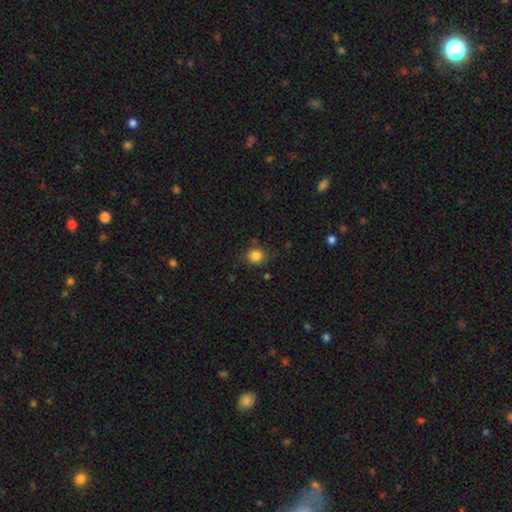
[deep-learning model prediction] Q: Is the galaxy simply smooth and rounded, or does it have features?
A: smooth — 85%.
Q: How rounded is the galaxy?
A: round — 83%.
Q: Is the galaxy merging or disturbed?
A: none — 83%.